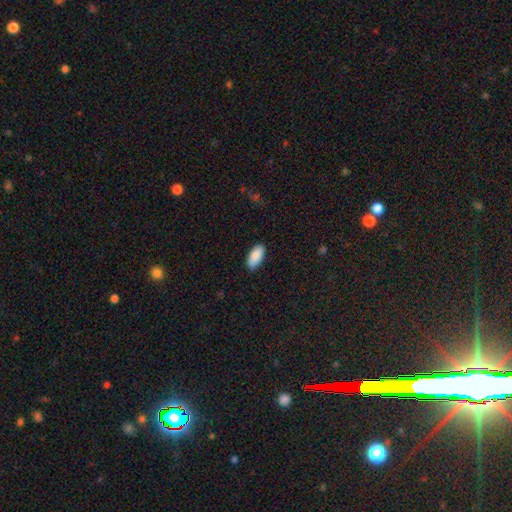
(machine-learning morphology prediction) smooth 88%, star or artifact 6%, featured or disk 6%. Down the decision tree: how rounded — in between (93%); merging — none (87%).